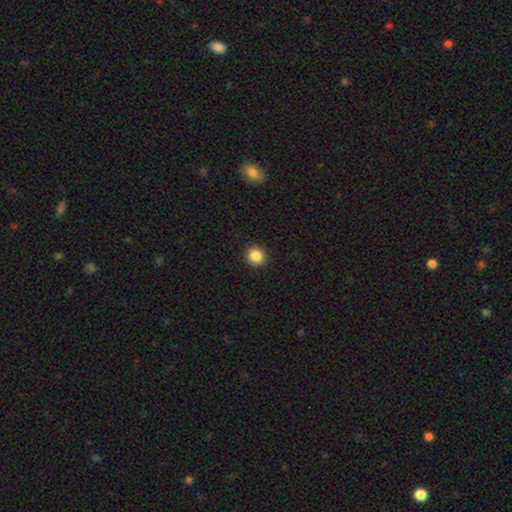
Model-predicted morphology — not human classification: This appears to be a smooth galaxy with no disk features (87%) that is round (85%). Merging: none (92%).